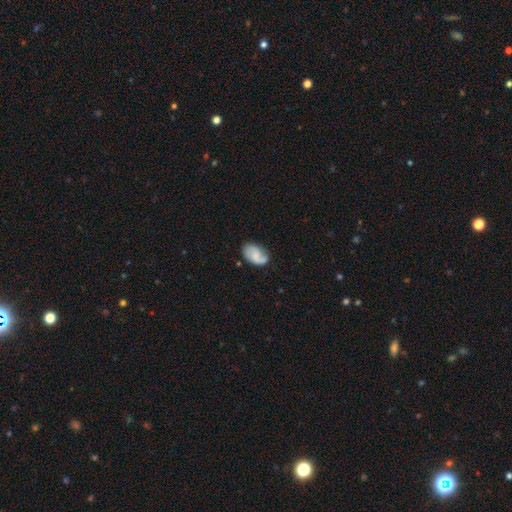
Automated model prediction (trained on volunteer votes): Smooth or featured?
  - smooth: 52% *
  - featured or disk: 41%
  - star or artifact: 8%
How rounded?
  - in between: 89% *
  - round: 9%
  - cigar-shaped: 1%
Merging?
  - none: 59% *
  - minor disturbance: 29%
  - major disturbance: 9%
  - merger: 3%